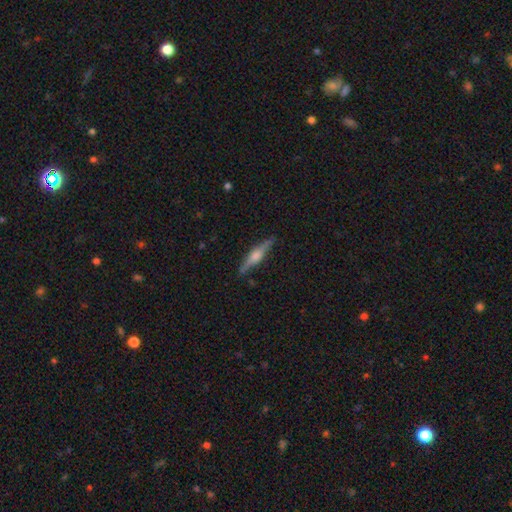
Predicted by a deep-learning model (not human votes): This is likely a featured or disk galaxy (72%). It is clearly viewed edge-on (97%). Edge-on bulge: clearly rounded (83%). Merging: clearly none (88%).